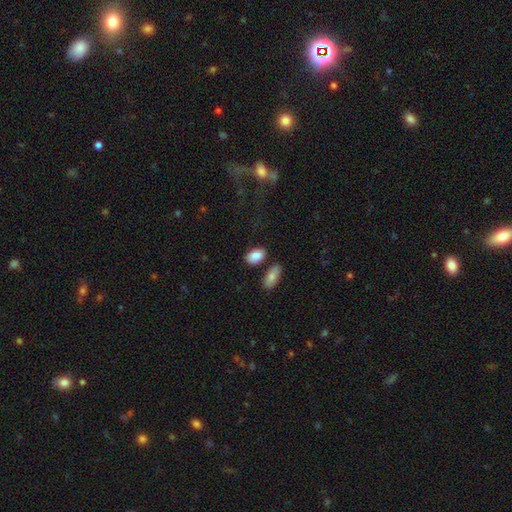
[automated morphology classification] smooth-or-featured: smooth: 87% | star or artifact: 7% | featured or disk: 6%
  how-rounded: in between: 91% | round: 7% | cigar-shaped: 2%
  merging: none: 75% | minor disturbance: 13% | merger: 9% | major disturbance: 3%